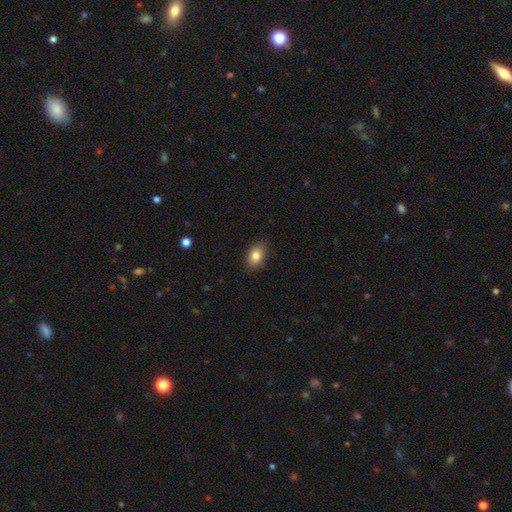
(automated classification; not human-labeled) smooth 83%, star or artifact 9%, featured or disk 8%. Down the decision tree: how rounded — in between (82%); merging — none (85%).